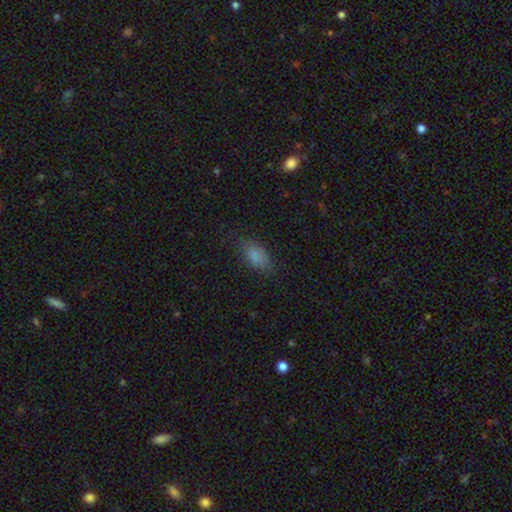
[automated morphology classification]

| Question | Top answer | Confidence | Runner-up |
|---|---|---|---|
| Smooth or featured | smooth | 84% | star or artifact (10%) |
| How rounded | in between | 91% | round (5%) |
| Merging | none | 78% | minor disturbance (16%) |